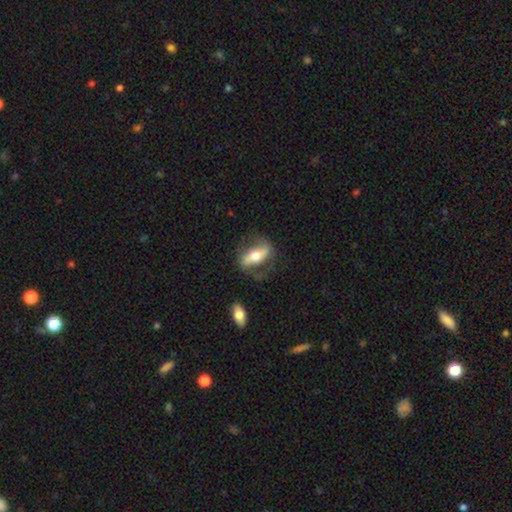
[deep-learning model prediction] Smooth or featured?
  - featured or disk: 66% *
  - smooth: 28%
  - star or artifact: 6%
Edge-on disk?
  - no: 73% *
  - yes: 27%
Merging?
  - none: 68% *
  - minor disturbance: 17%
  - major disturbance: 12%
  - merger: 3%